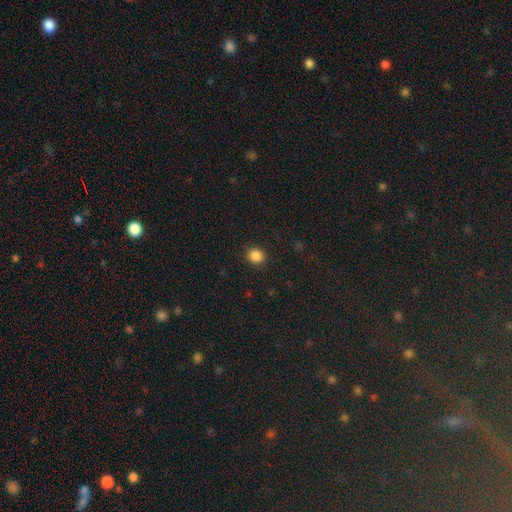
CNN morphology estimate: Q: Smooth or featured?
A: smooth (87%); runner-up: star or artifact (11%)
Q: How rounded?
A: round (73%); runner-up: in between (26%)
Q: Merging?
A: none (90%); runner-up: minor disturbance (6%)